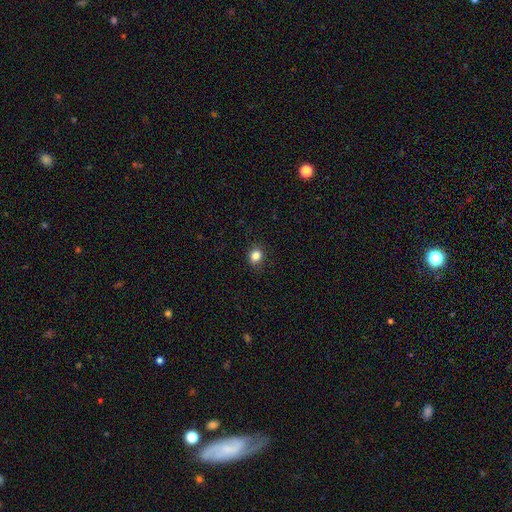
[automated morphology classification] A smooth galaxy with no disk features (84%) that is round (66%).

Vote fractions:
- Smooth or featured? smooth: 84% / star or artifact: 11% / featured or disk: 5%
- How rounded? round: 66% / in between: 33% / cigar-shaped: 1%
- Merging? none: 88% / minor disturbance: 9% / major disturbance: 2% / merger: 1%